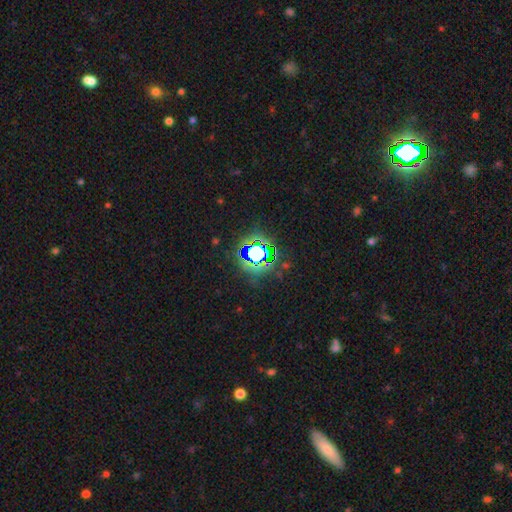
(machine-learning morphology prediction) star or artifact 81%, smooth 12%, featured or disk 7%.